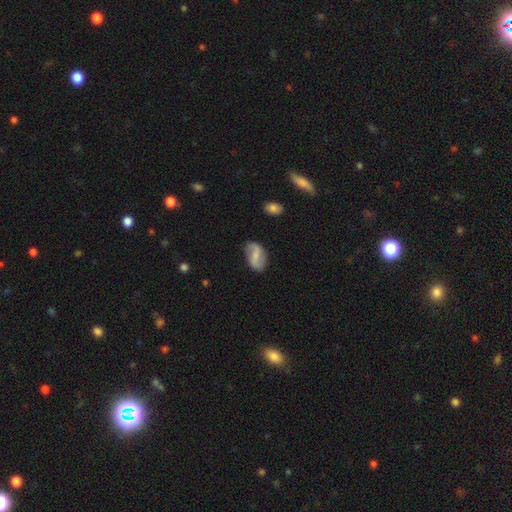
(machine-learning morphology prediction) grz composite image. It shows a featured or disk galaxy (61%) with a weak bar (47%), 2 (89%) loose (67%) spiral arms (86%) and a small central bulge (46%). Merging: none (76%).